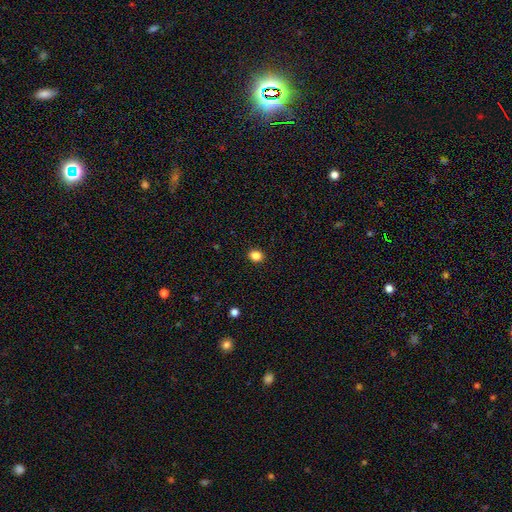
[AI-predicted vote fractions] This appears to be a smooth galaxy with no disk features (85%) that is round (66%). Merging: none (91%).